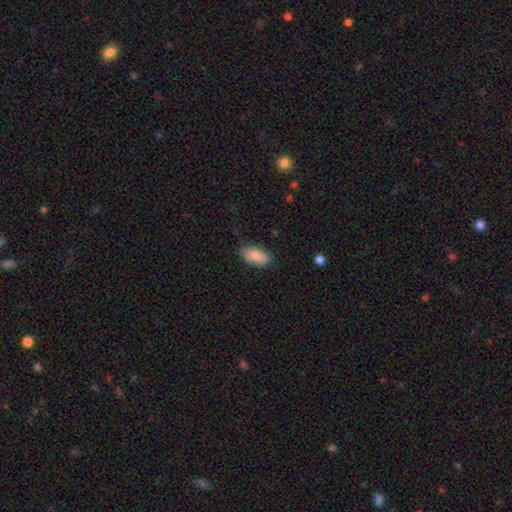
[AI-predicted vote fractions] Morphology: type=smooth (87%); roundness=in between (92%); merging=none (80%).